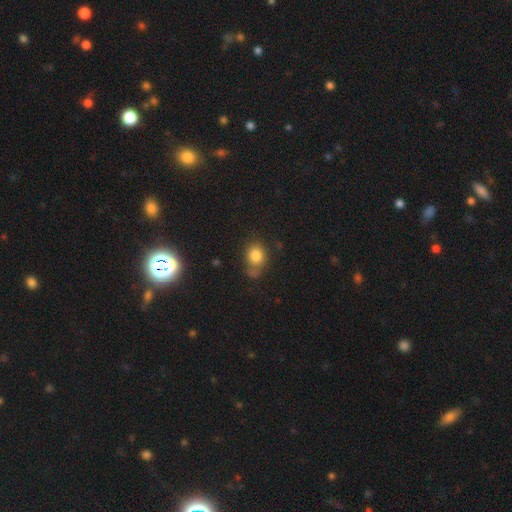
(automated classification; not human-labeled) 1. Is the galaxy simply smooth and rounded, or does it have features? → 80% smooth, 11% star or artifact, 8% featured or disk.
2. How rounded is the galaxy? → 58% round, 41% in between, 1% cigar-shaped.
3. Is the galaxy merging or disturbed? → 57% none, 22% minor disturbance, 12% merger, 9% major disturbance.